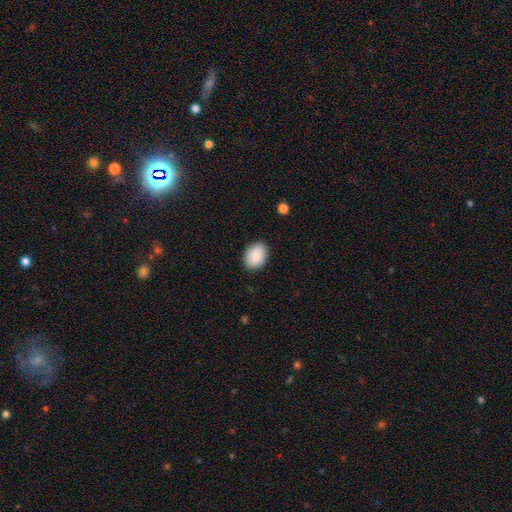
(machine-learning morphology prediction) Overall: smooth (84%). How rounded: in between (75%). Merging: none (87%).